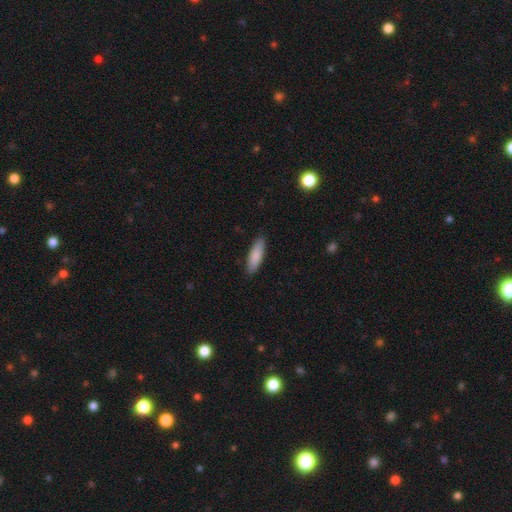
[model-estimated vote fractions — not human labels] smooth-or-featured: smooth: 86% | featured or disk: 8% | star or artifact: 5%
  how-rounded: cigar-shaped: 59% | in between: 40% | round: 1%
  merging: none: 88% | minor disturbance: 9% | major disturbance: 2% | merger: 1%